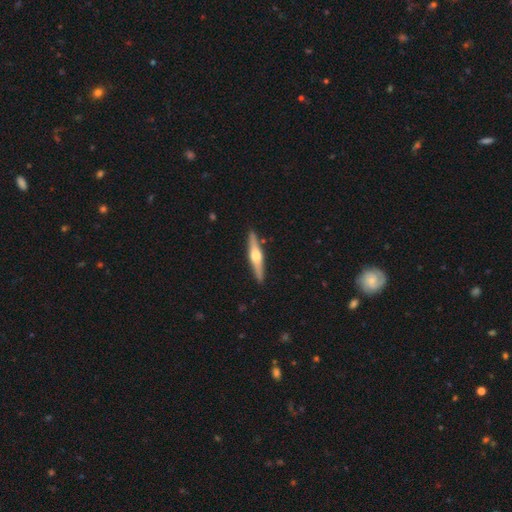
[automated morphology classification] Q: Smooth or featured?
A: featured or disk (70%); runner-up: smooth (25%)
Q: Edge-on disk?
A: yes (97%); runner-up: no (3%)
Q: Edge-on bulge?
A: rounded (94%); runner-up: boxy (4%)
Q: Merging?
A: none (90%); runner-up: minor disturbance (7%)